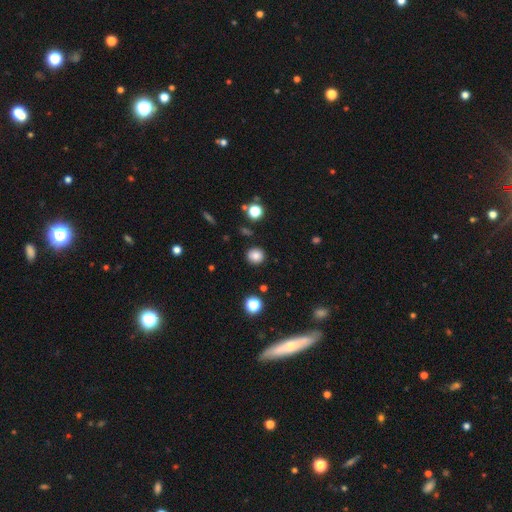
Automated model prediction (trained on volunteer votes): Q: Smooth or featured?
A: smooth (82%); runner-up: star or artifact (12%)
Q: How rounded?
A: round (91%); runner-up: in between (8%)
Q: Merging?
A: none (90%); runner-up: minor disturbance (7%)